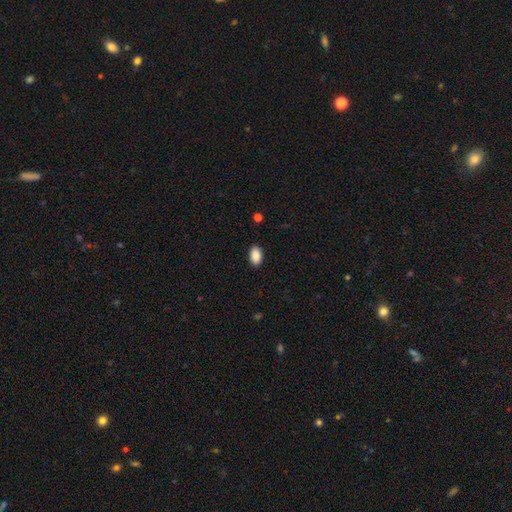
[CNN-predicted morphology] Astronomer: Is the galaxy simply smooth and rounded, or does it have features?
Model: smooth — 89%.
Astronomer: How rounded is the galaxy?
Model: in between — 91%.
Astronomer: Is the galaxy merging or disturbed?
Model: none — 89%.